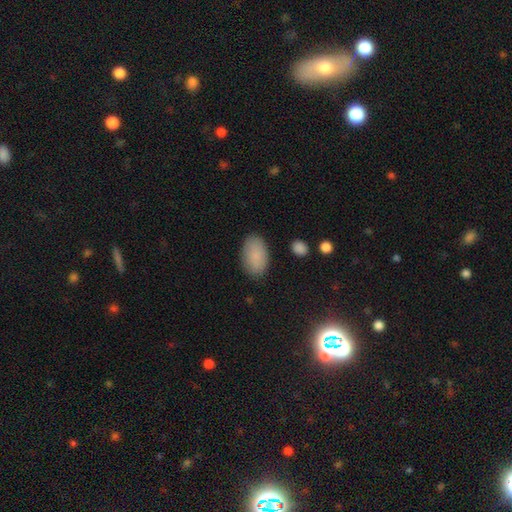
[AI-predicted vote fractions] Smooth or featured? Predicted: smooth (p=0.87). How rounded? Predicted: in between (p=0.94). Merging? Predicted: none (p=0.86).